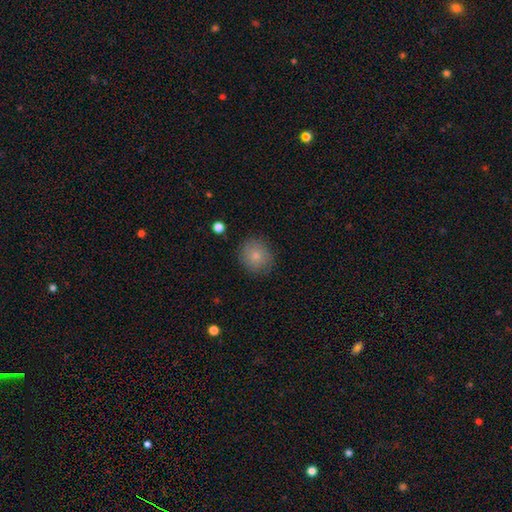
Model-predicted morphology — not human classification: smooth-or-featured: smooth: 79% | featured or disk: 12% | star or artifact: 9%
  how-rounded: round: 85% | in between: 14% | cigar-shaped: 1%
  merging: none: 84% | minor disturbance: 12% | major disturbance: 3% | merger: 1%